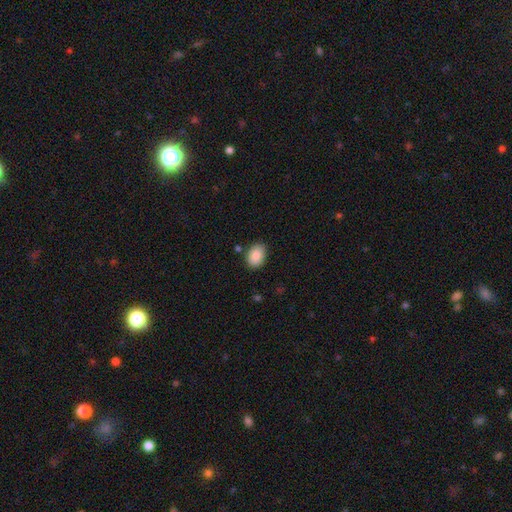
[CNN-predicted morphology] Overall: smooth (88%). How rounded: in between (79%). Merging: none (82%).